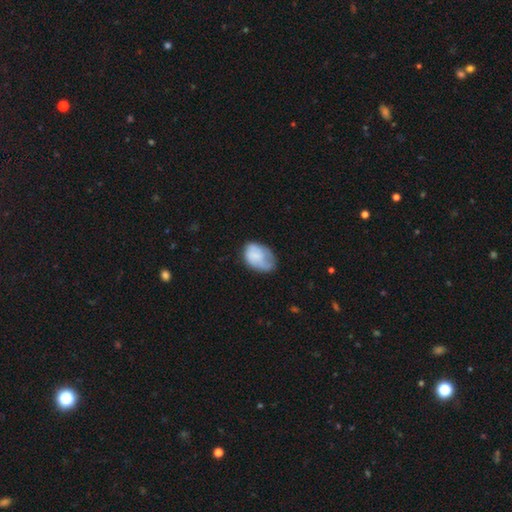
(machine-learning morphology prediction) type=smooth (67%); roundness=in between (82%); merging=none (43%).